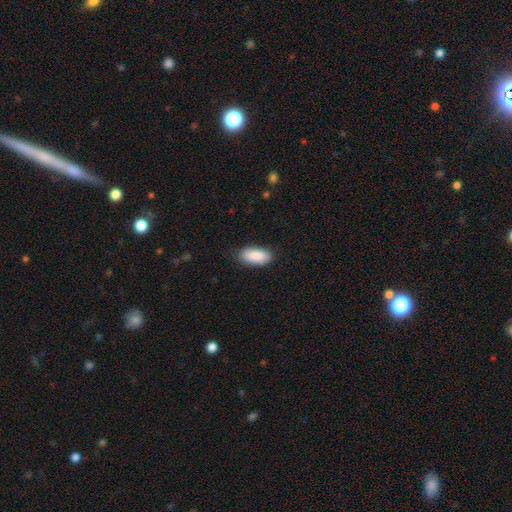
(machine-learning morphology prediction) Smooth or featured? smooth (89%)
How rounded? in between (88%)
Merging? none (81%)